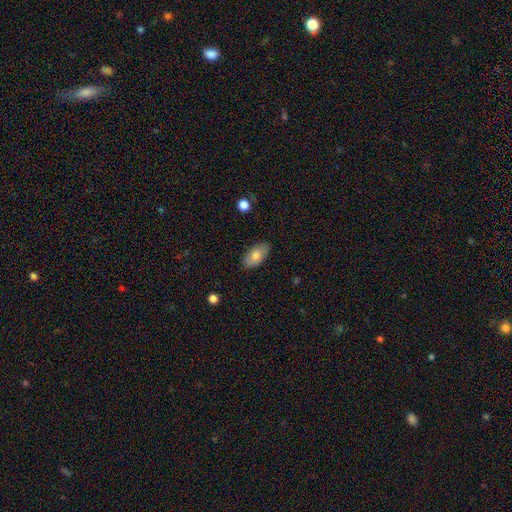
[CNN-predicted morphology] A smooth galaxy with no disk features (75%) that is in between round and cigar-shaped (93%). Merging: none (85%).